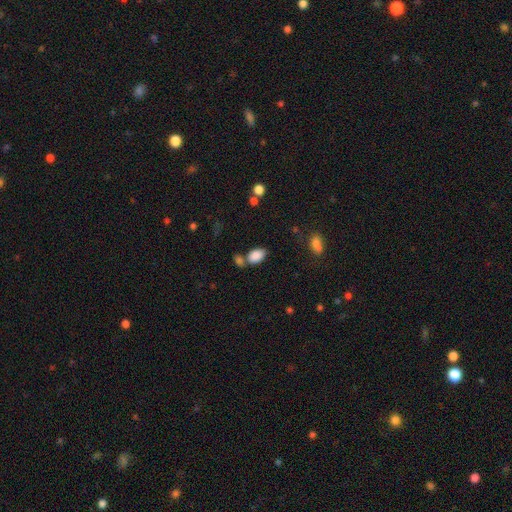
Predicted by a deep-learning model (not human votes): This is clearly a smooth galaxy (87%). How rounded: clearly in between (90%). Merging: possibly none (59%).